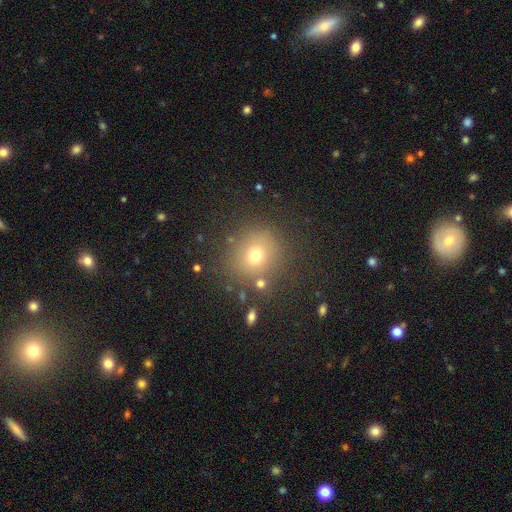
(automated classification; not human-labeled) Q: Smooth or featured?
A: smooth (69%); runner-up: star or artifact (19%)
Q: How rounded?
A: round (88%); runner-up: in between (11%)
Q: Merging?
A: none (82%); runner-up: minor disturbance (9%)